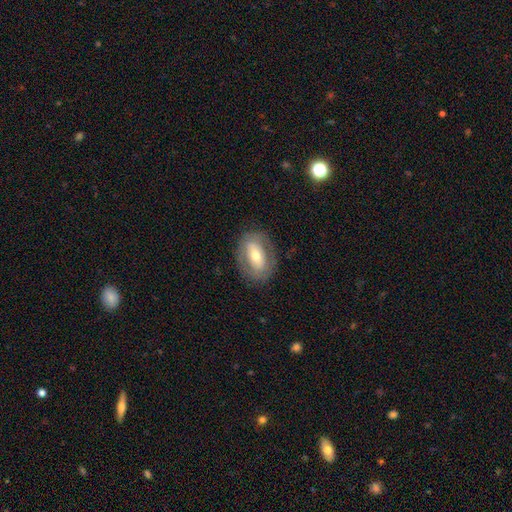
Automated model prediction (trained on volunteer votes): Overall: featured or disk (50%; smooth 43%). Merging: none (80%).